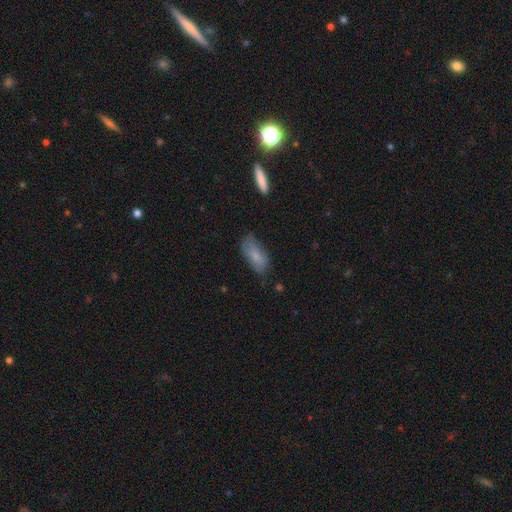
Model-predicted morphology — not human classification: smooth-or-featured: smooth: 79% | featured or disk: 14% | star or artifact: 7%
  how-rounded: in between: 88% | cigar-shaped: 10% | round: 2%
  merging: none: 64% | minor disturbance: 27% | major disturbance: 7% | merger: 2%